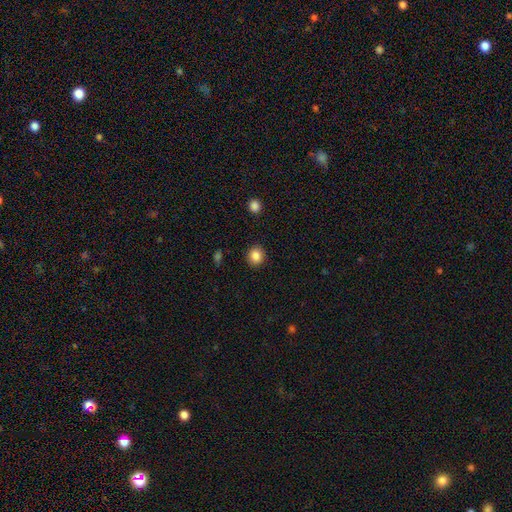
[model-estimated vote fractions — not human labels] Smooth or featured? smooth (86%)
How rounded? round (82%)
Merging? none (90%)